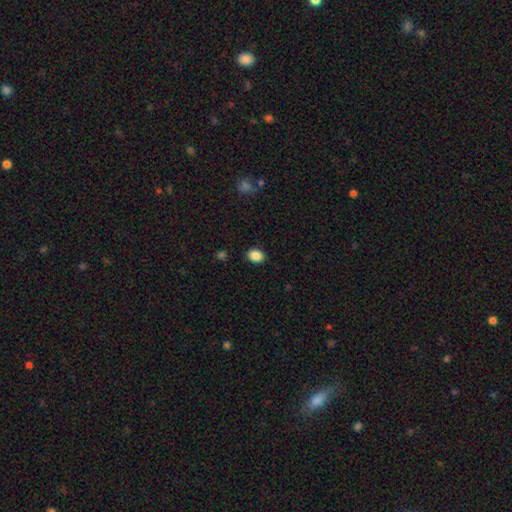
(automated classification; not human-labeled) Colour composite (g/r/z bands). It shows a smooth galaxy with no disk features (88%) that is in between round and cigar-shaped (69%). Merging: none (88%).